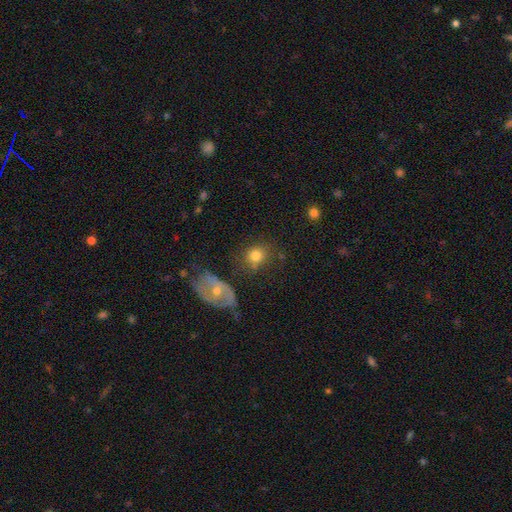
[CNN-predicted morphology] Smooth or featured? Predicted: smooth (p=0.75). How rounded? Predicted: round (p=0.74). Merging? Predicted: none (p=0.66).